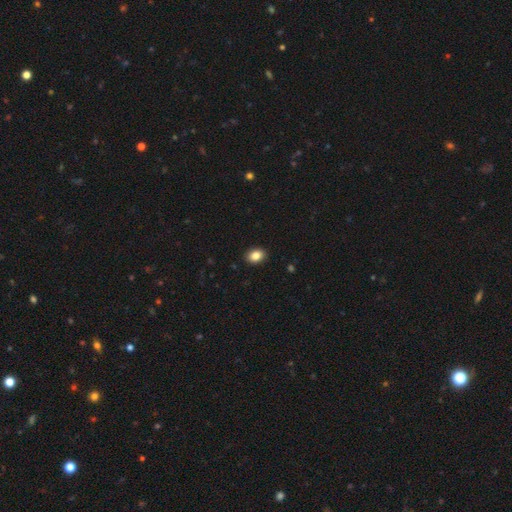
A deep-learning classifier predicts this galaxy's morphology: A smooth galaxy with no disk features (86%) that is in between round and cigar-shaped (72%).

Vote fractions:
- Smooth or featured? smooth: 86% / star or artifact: 9% / featured or disk: 5%
- How rounded? in between: 72% / round: 27% / cigar-shaped: 1%
- Merging? none: 91% / minor disturbance: 7% / major disturbance: 2% / merger: 1%